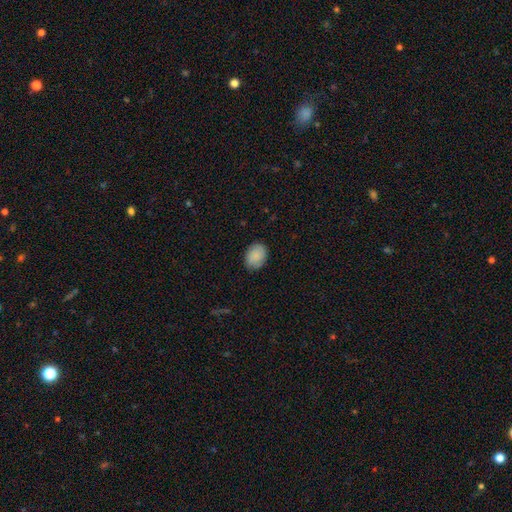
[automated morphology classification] smooth 85%, featured or disk 8%, star or artifact 7%. Down the decision tree: how rounded — in between (70%); merging — none (83%).